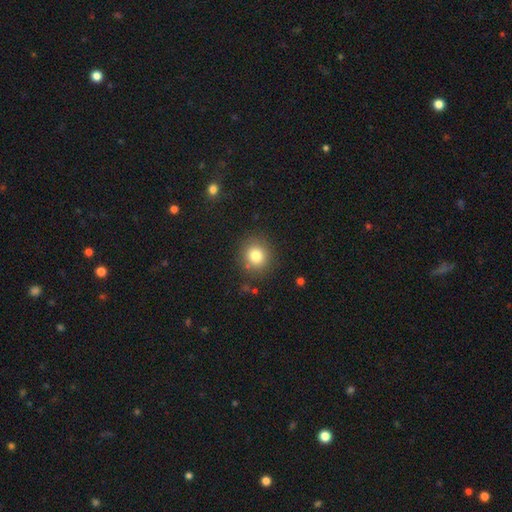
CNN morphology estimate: smooth-or-featured: smooth: 81% | star or artifact: 11% | featured or disk: 7%
  how-rounded: round: 84% | in between: 16% | cigar-shaped: 1%
  merging: none: 86% | minor disturbance: 9% | major disturbance: 3% | merger: 2%